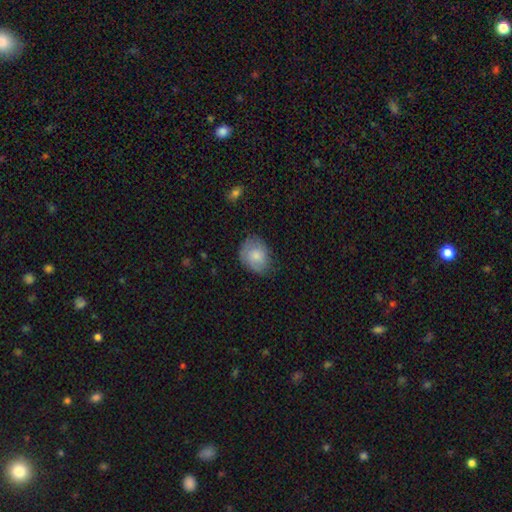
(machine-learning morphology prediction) smooth_or_featured: smooth (p=0.77) [alt: featured or disk p=0.16]
how_rounded: in between (p=0.53) [alt: round p=0.46]
merging: none (p=0.69) [alt: minor disturbance p=0.25]